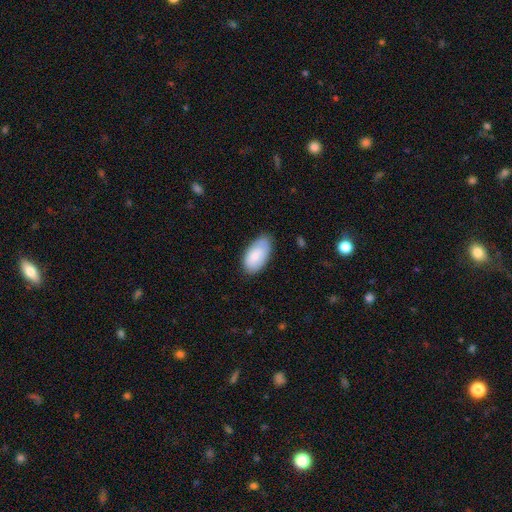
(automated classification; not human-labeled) A smooth galaxy with no disk features (78%) that is in between round and cigar-shaped (95%). Merging: none (73%).